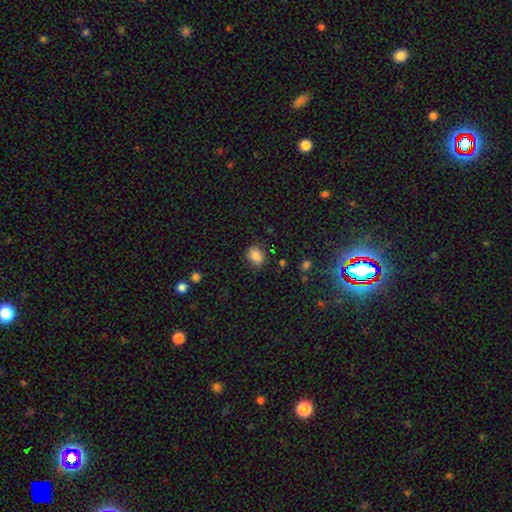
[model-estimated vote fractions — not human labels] Morphology: type=smooth (85%); roundness=in between (55%); merging=none (80%).